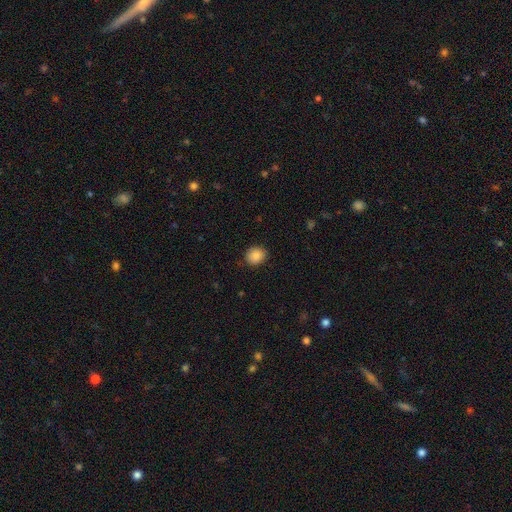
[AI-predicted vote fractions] Smooth or featured? smooth (88%)
How rounded? round (76%)
Merging? none (87%)